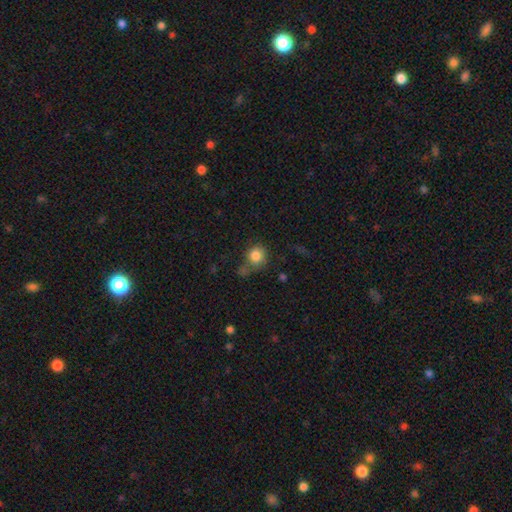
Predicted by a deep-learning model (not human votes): Smooth or featured? smooth (84%)
How rounded? round (84%)
Merging? none (57%)